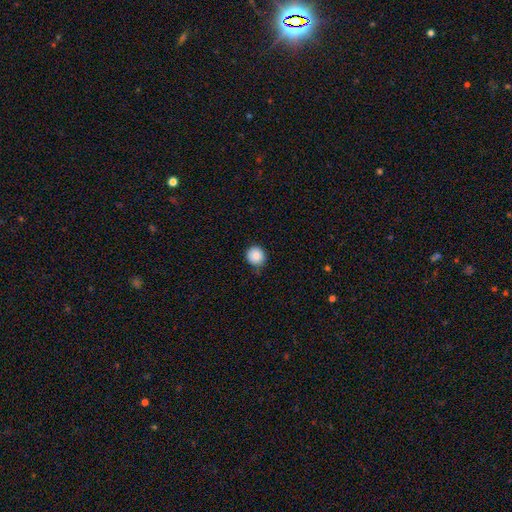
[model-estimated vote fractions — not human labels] The model was most divided on "merging": none: 80%, minor disturbance: 16%, major disturbance: 3%, merger: 1%. More confident: how rounded — round (92%); smooth or featured — smooth (87%).